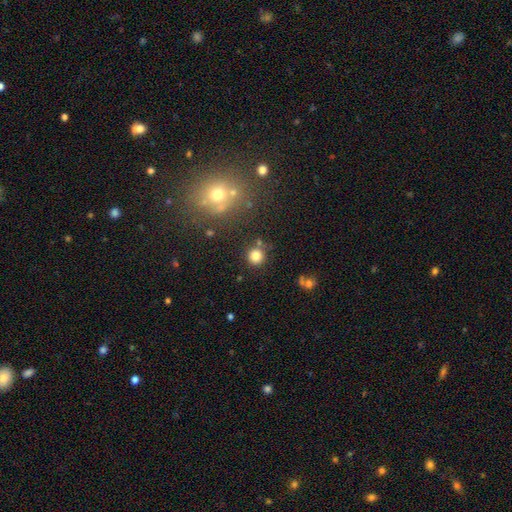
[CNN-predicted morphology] This is clearly a smooth galaxy (81%). How rounded: clearly round (93%). Merging: clearly none (82%).